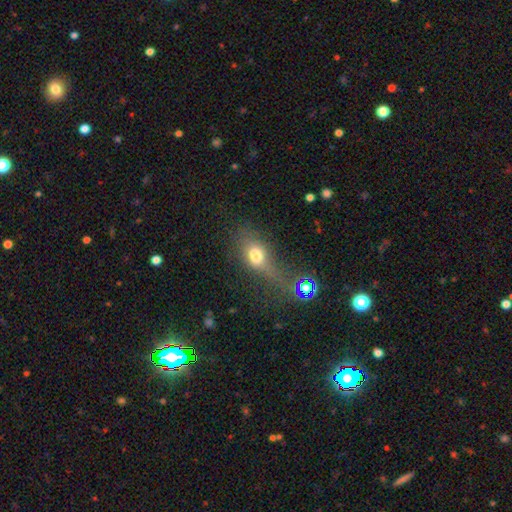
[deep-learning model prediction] Smooth or featured?
  - smooth: 66% *
  - featured or disk: 18%
  - star or artifact: 16%
How rounded?
  - in between: 64% *
  - round: 29%
  - cigar-shaped: 7%
Merging?
  - major disturbance: 34% *
  - none: 30%
  - minor disturbance: 21%
  - merger: 15%